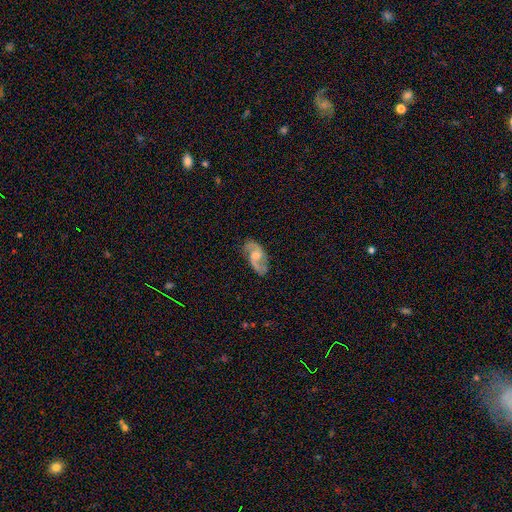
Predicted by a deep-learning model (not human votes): Q: Smooth or featured?
A: featured or disk (84%); runner-up: smooth (10%)
Q: Edge-on disk?
A: no (96%); runner-up: yes (4%)
Q: Bar?
A: weak (46%); runner-up: no (45%)
Q: Spiral arms?
A: yes (96%); runner-up: no (4%)
Q: Spiral winding?
A: medium (51%); runner-up: loose (32%)
Q: Spiral arm count?
A: 2 (92%); runner-up: can't tell (3%)
Q: Bulge size?
A: moderate (50%); runner-up: small (30%)
Q: Merging?
A: none (80%); runner-up: minor disturbance (14%)